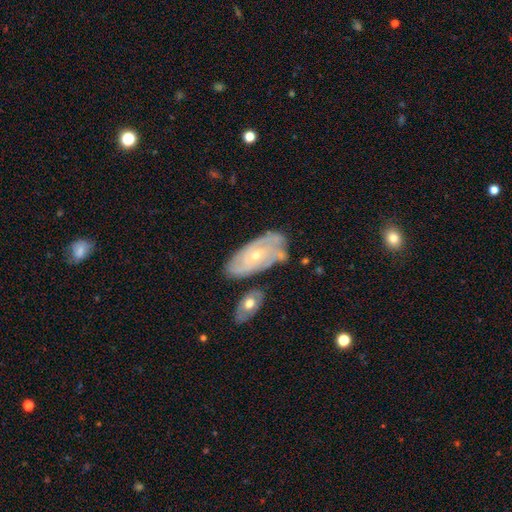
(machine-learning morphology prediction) Smooth or featured? Predicted: featured or disk (p=0.75). Edge-on disk? Predicted: no (p=0.92). Bar? Predicted: no (p=0.73). Spiral arms? Predicted: yes (p=0.84). Spiral winding? Predicted: tight (p=0.68). Spiral arm count? Predicted: can't tell (p=0.50). Bulge size? Predicted: small (p=0.63). Merging? Predicted: none (p=0.66).